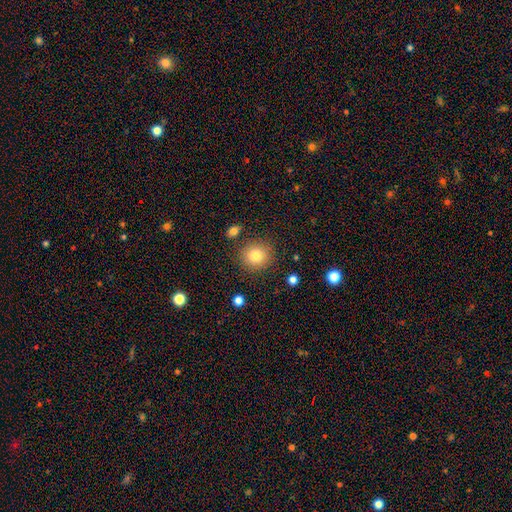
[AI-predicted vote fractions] This is clearly a smooth galaxy (81%). How rounded: clearly round (88%). Merging: clearly none (86%).